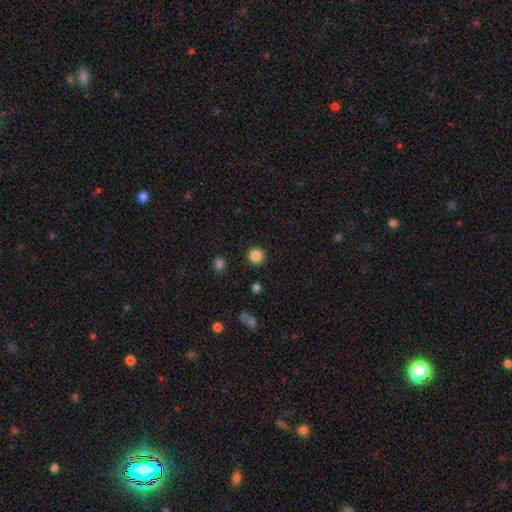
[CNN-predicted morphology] Smooth or featured: smooth — 86% (star or artifact — 10%)
How rounded: round — 95% (in between — 4%)
Merging: none — 92% (minor disturbance — 5%)